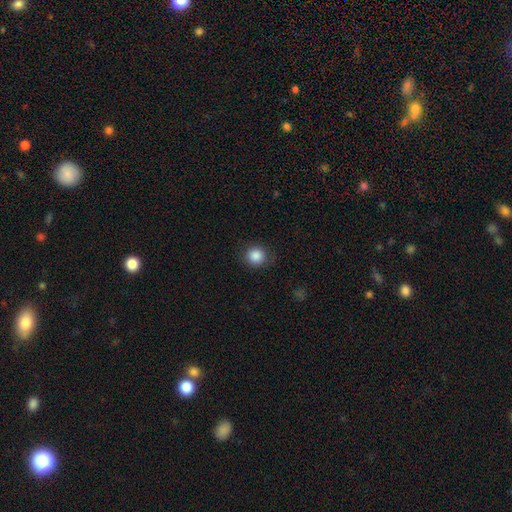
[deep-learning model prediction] This appears to be a smooth galaxy with no disk features (87%) that is round (89%). Merging: none (85%).